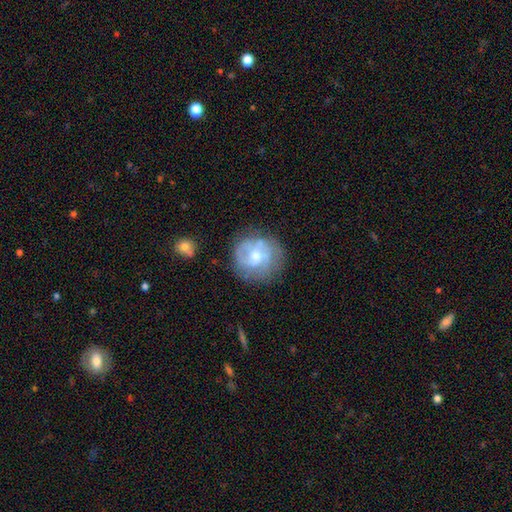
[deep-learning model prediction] A featured or disk galaxy (65%) with no bar (51%), spiral arms (73%) and a moderate central bulge (60%). Merging: none (68%).